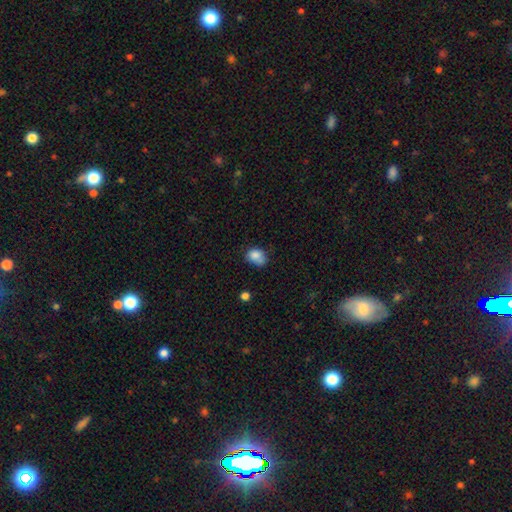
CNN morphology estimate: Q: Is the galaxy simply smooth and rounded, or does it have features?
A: smooth — 80%.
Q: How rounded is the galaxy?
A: in between — 55%.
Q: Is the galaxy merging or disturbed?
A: none — 44%.